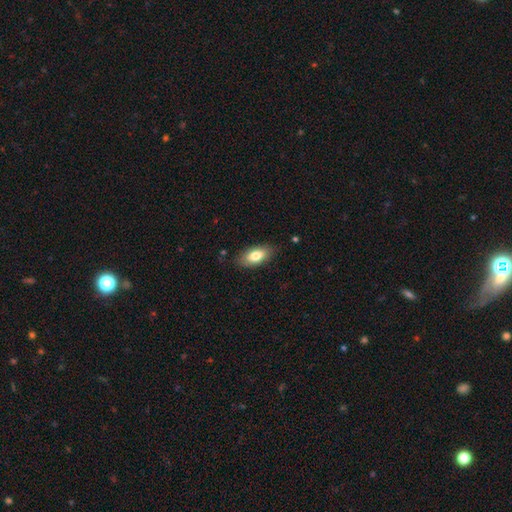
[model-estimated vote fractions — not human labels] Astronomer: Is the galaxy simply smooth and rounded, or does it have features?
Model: smooth — 78%.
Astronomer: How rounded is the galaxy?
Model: in between — 89%.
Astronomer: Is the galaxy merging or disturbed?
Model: none — 83%.